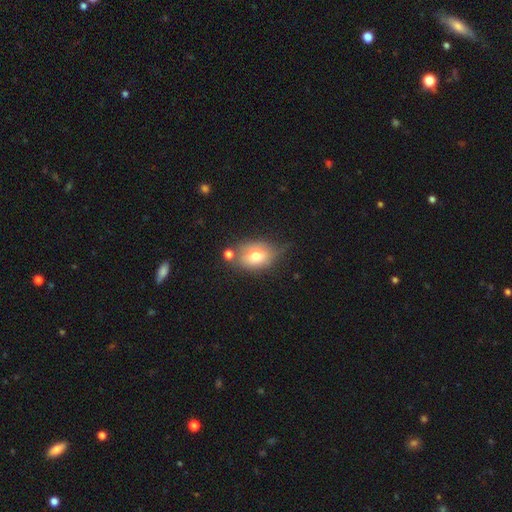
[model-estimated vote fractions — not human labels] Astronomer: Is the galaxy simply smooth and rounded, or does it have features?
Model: smooth — 71%.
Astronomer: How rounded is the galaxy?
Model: in between — 78%.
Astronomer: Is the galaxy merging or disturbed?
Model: none — 50% (runner-up: minor disturbance, 28%).